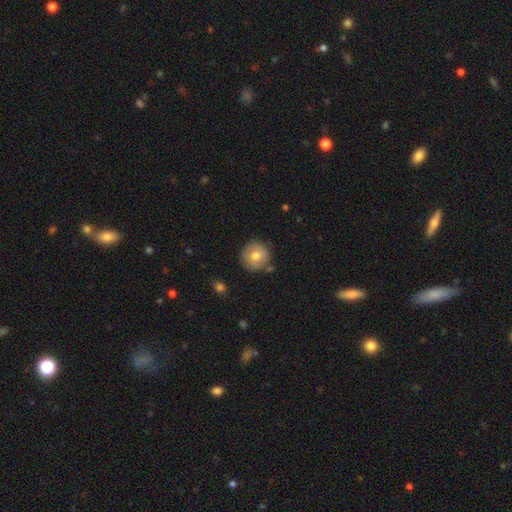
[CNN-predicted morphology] Smooth or featured? Predicted: smooth (p=0.74). How rounded? Predicted: round (p=0.94). Merging? Predicted: none (p=0.83).